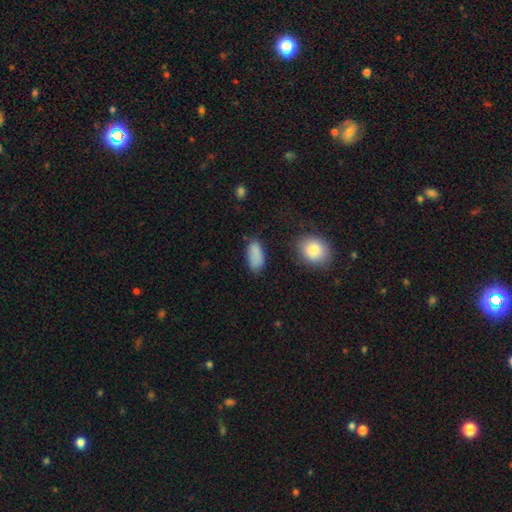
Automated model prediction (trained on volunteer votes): Smooth or featured: smooth — 87% (star or artifact — 8%)
How rounded: in between — 91% (cigar-shaped — 6%)
Merging: none — 73% (minor disturbance — 20%)